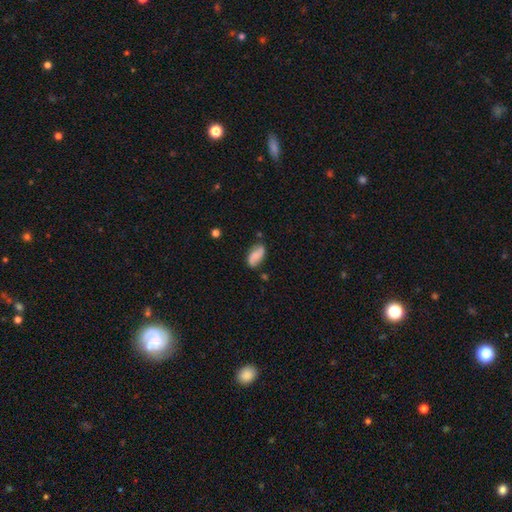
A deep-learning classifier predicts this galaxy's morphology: A smooth galaxy with no disk features (65%) that is in between round and cigar-shaped (91%). Merging: none (70%).